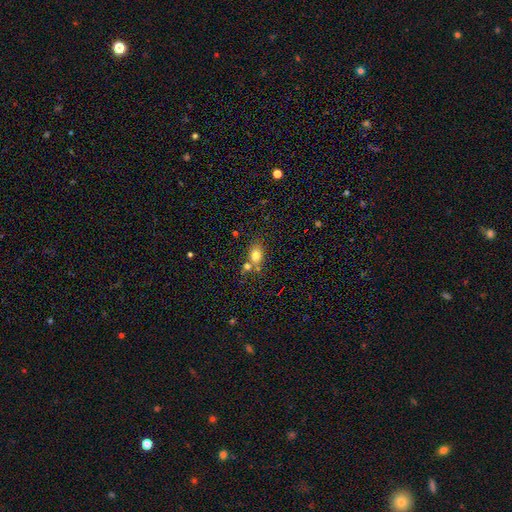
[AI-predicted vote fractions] The model was most divided on "merging": none: 54%, merger: 28%, minor disturbance: 13%, major disturbance: 5%. More confident: smooth or featured — smooth (77%); how rounded — in between (63%).